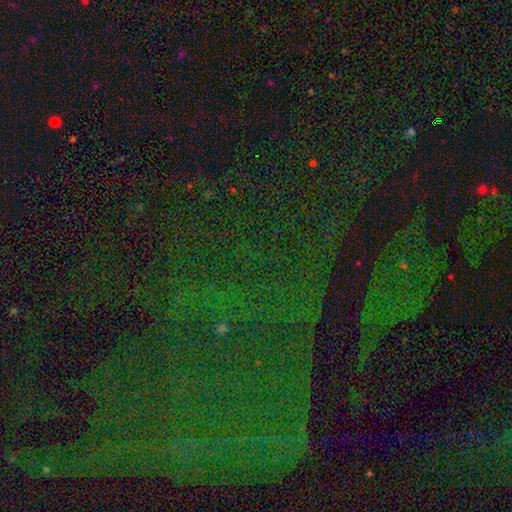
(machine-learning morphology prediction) Smooth or featured? Predicted: star or artifact (p=0.82).